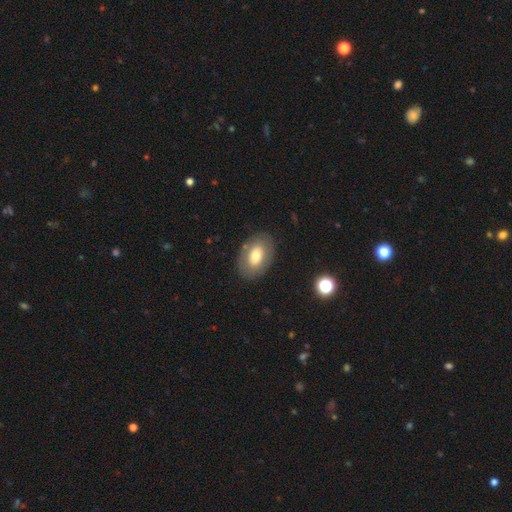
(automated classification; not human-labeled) smooth_or_featured: smooth (p=0.63) [alt: featured or disk p=0.30]
how_rounded: in between (p=0.87) [alt: round p=0.12]
merging: none (p=0.83) [alt: minor disturbance p=0.11]